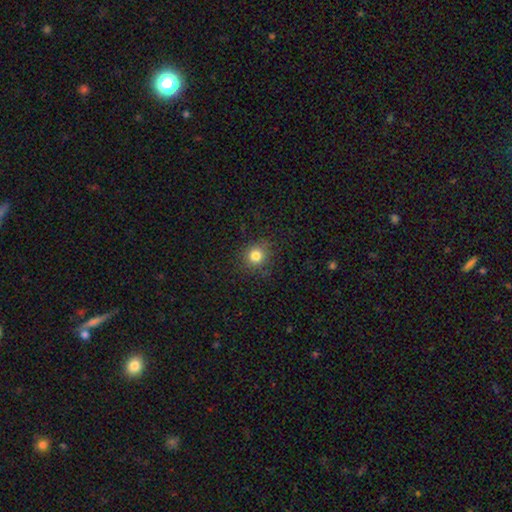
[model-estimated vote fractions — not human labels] This is clearly a smooth galaxy (81%). How rounded: clearly round (91%). Merging: clearly none (88%).